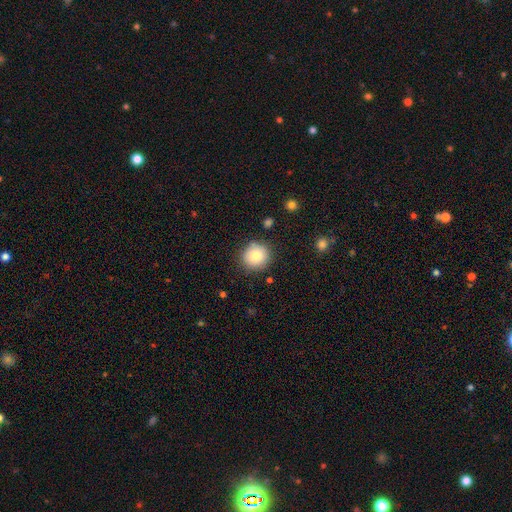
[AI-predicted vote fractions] smooth-or-featured: smooth: 82% | star or artifact: 9% | featured or disk: 8%
  how-rounded: round: 92% | in between: 7% | cigar-shaped: 1%
  merging: none: 86% | minor disturbance: 10% | major disturbance: 3% | merger: 2%